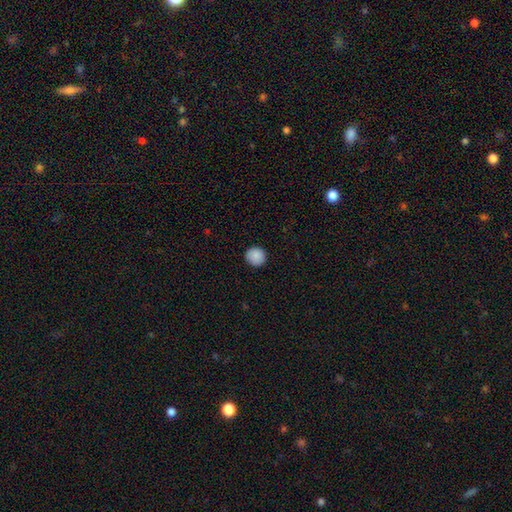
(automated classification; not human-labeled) A smooth galaxy with no disk features (89%) that is round (92%). Merging: none (91%).